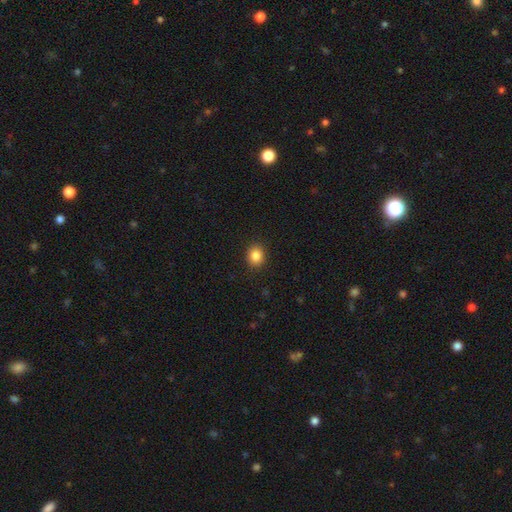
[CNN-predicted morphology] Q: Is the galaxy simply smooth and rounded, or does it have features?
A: smooth — 86%.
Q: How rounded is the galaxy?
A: round — 71%.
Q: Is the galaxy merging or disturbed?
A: none — 90%.